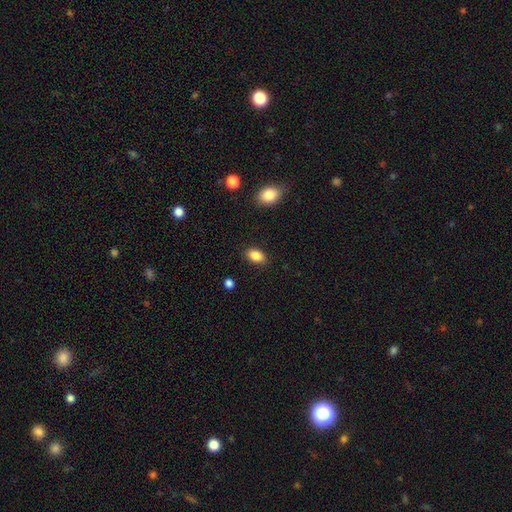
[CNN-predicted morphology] smooth 87%, star or artifact 8%, featured or disk 4%. Down the decision tree: how rounded — in between (89%); merging — none (87%).